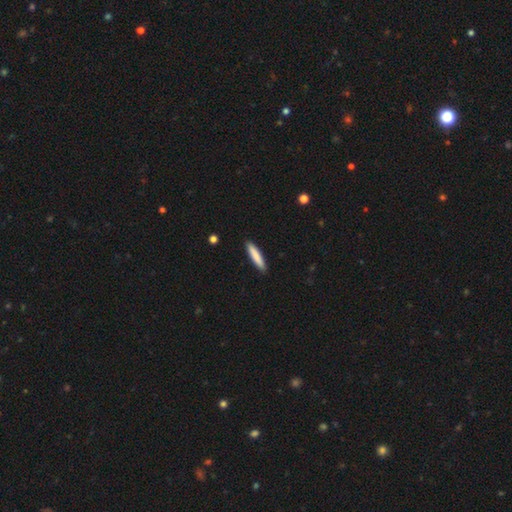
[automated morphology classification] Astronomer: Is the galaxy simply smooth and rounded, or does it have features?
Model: smooth — 84%.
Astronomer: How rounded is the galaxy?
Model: cigar-shaped — 88%.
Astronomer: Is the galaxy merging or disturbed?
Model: none — 91%.